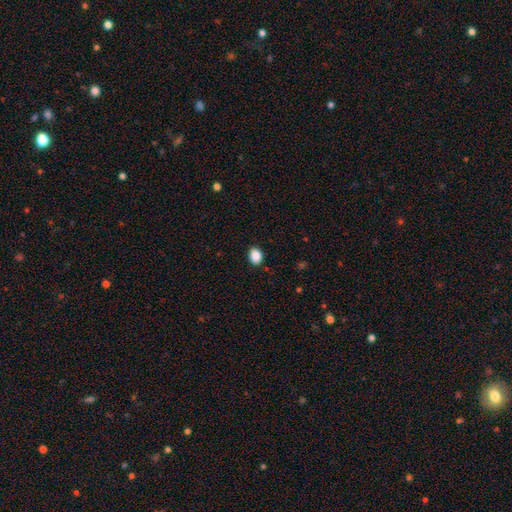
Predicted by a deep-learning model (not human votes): Overall: smooth (89%). How rounded: in between (62%; round 37%). Merging: none (89%).